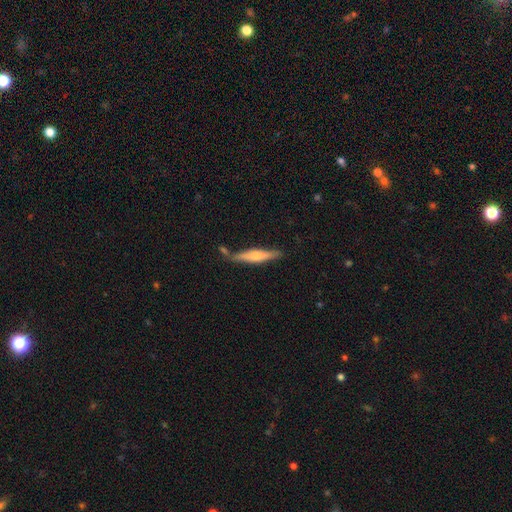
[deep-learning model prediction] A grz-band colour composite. It shows a featured or disk galaxy (51%) viewed edge-on (94%). Merging: none (71%).